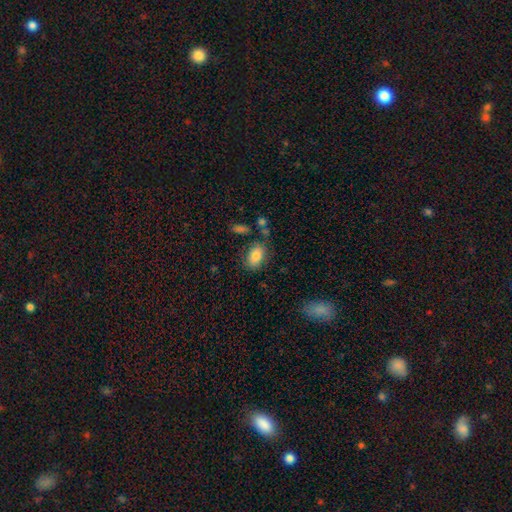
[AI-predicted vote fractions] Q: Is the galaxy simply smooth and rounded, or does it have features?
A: smooth — 83%.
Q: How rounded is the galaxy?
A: in between — 89%.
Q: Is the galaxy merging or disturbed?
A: none — 70%.